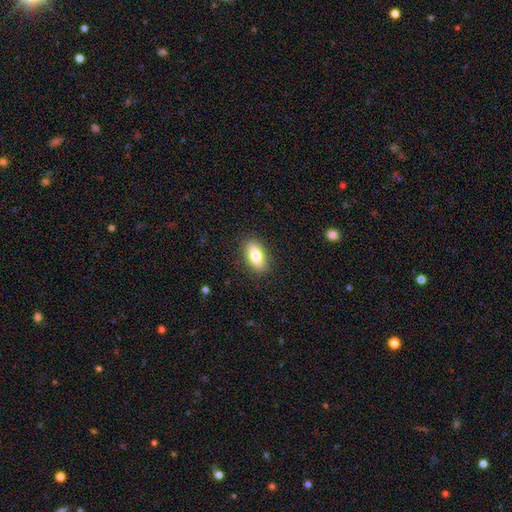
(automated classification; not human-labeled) smooth_or_featured: smooth (p=0.79) [alt: featured or disk p=0.14]
how_rounded: in between (p=0.87) [alt: cigar-shaped p=0.08]
merging: none (p=0.87) [alt: minor disturbance p=0.09]